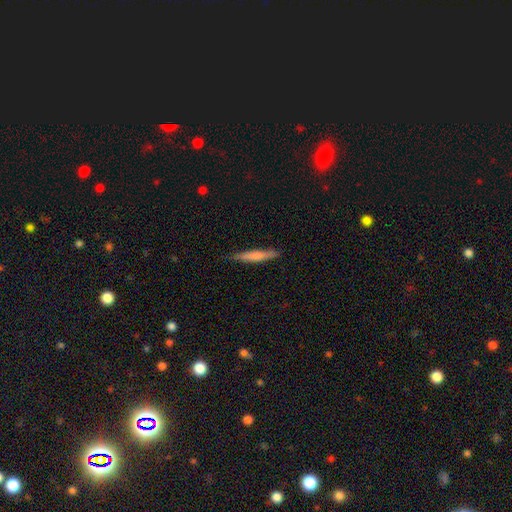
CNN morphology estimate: This is likely a smooth galaxy (65%). How rounded: clearly cigar-shaped (93%). Merging: clearly none (85%).